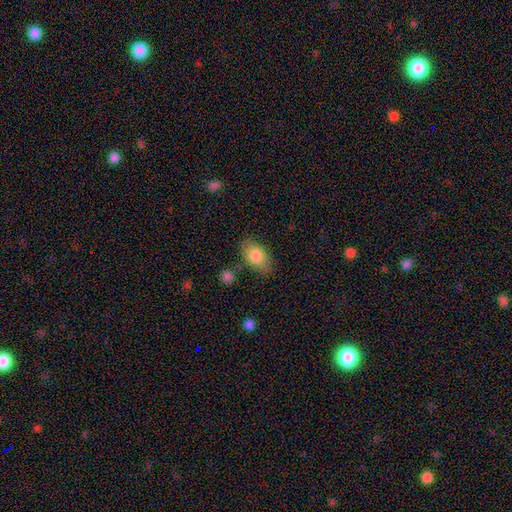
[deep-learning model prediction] This appears to be a smooth galaxy with no disk features (83%) that is in between round and cigar-shaped (88%). Merging: none (74%).